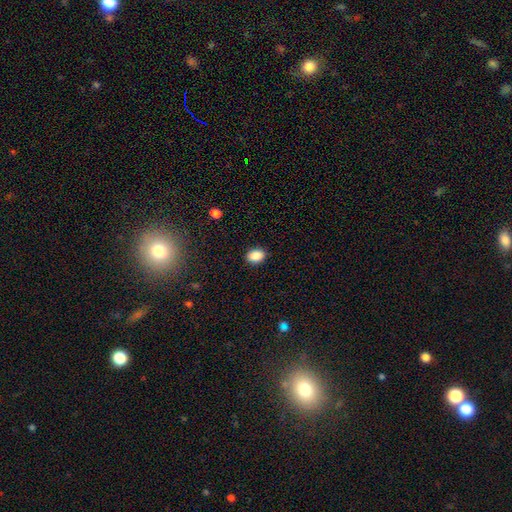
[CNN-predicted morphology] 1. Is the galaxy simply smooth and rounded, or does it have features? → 89% smooth, 8% star or artifact, 3% featured or disk.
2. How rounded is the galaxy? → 75% in between, 24% round, 1% cigar-shaped.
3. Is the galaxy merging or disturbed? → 89% none, 8% minor disturbance, 2% major disturbance, 1% merger.